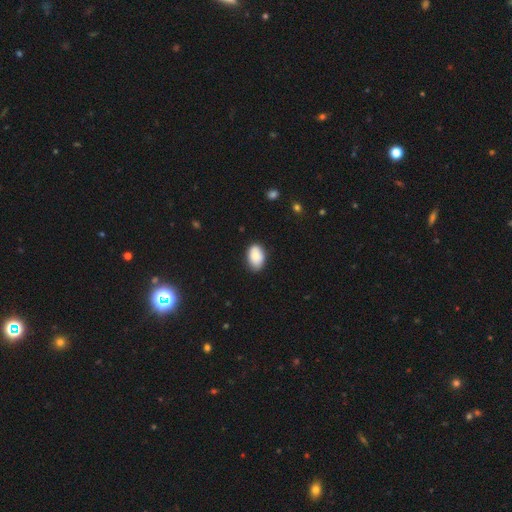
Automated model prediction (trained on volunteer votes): A smooth galaxy with no disk features (86%) that is in between round and cigar-shaped (89%).

Vote fractions:
- Smooth or featured? smooth: 86% / featured or disk: 7% / star or artifact: 7%
- How rounded? in between: 89% / round: 10% / cigar-shaped: 1%
- Merging? none: 79% / minor disturbance: 17% / major disturbance: 3% / merger: 1%